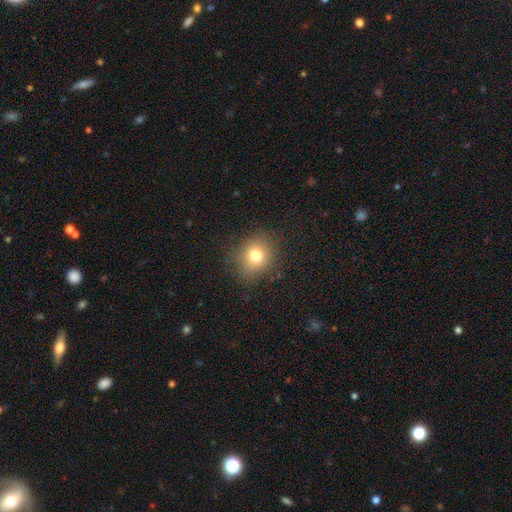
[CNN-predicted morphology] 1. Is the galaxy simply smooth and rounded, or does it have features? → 76% smooth, 14% star or artifact, 10% featured or disk.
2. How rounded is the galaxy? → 74% round, 25% in between, 1% cigar-shaped.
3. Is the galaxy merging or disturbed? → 85% none, 10% minor disturbance, 4% major disturbance, 1% merger.